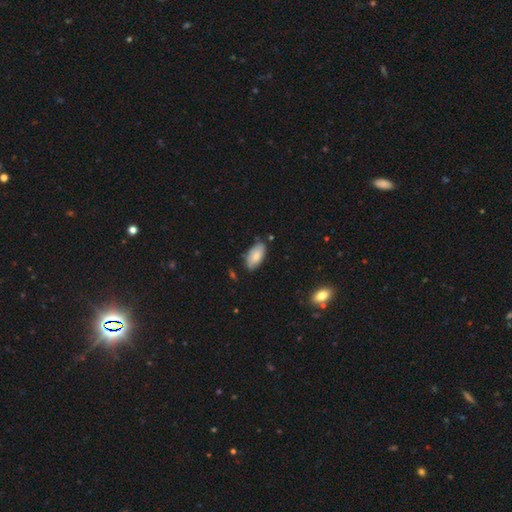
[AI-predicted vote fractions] Smooth or featured: smooth — 69% (featured or disk — 24%)
How rounded: in between — 93% (cigar-shaped — 4%)
Merging: none — 71% (minor disturbance — 23%)